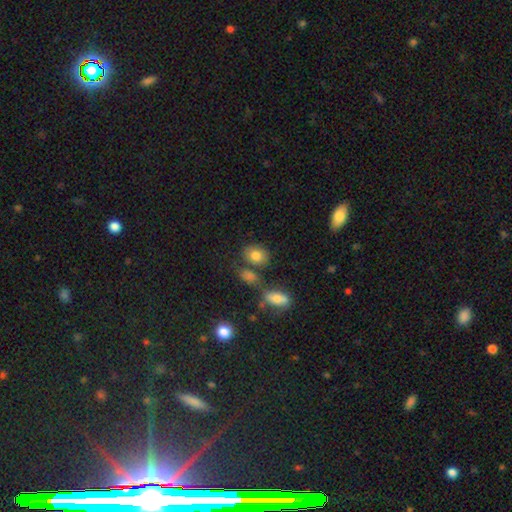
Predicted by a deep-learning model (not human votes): smooth 80%, star or artifact 11%, featured or disk 10%. Down the decision tree: how rounded — in between (66%); merging — none (62%).